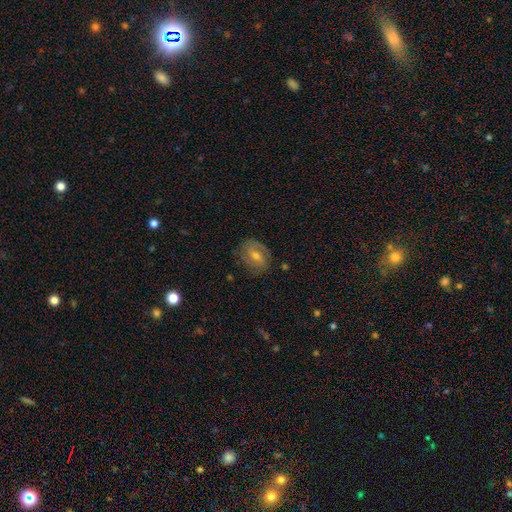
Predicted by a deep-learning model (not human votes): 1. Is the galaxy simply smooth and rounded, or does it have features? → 58% featured or disk, 31% smooth, 11% star or artifact.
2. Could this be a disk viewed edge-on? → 95% no, 5% yes.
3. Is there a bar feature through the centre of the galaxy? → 47% weak, 35% no, 18% strong.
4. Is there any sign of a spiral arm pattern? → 76% yes, 24% no.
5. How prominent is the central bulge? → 57% moderate, 37% small, 3% large, 2% none, 1% dominant.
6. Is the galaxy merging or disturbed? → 78% none, 16% minor disturbance, 5% major disturbance, 1% merger.